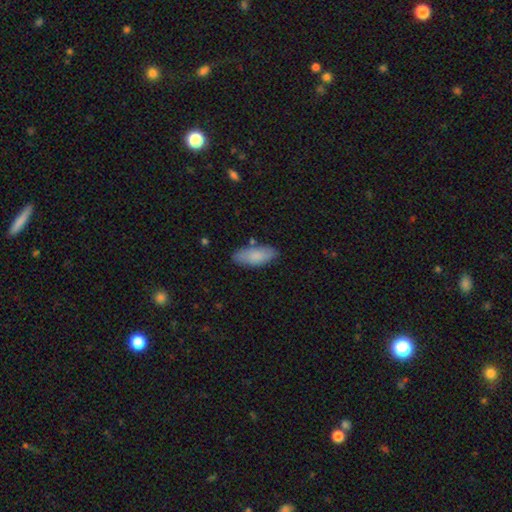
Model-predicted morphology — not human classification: Smooth or featured?
  - smooth: 84% *
  - featured or disk: 11%
  - star or artifact: 6%
How rounded?
  - in between: 81% *
  - cigar-shaped: 18%
  - round: 2%
Merging?
  - none: 80% *
  - minor disturbance: 15%
  - merger: 3%
  - major disturbance: 3%